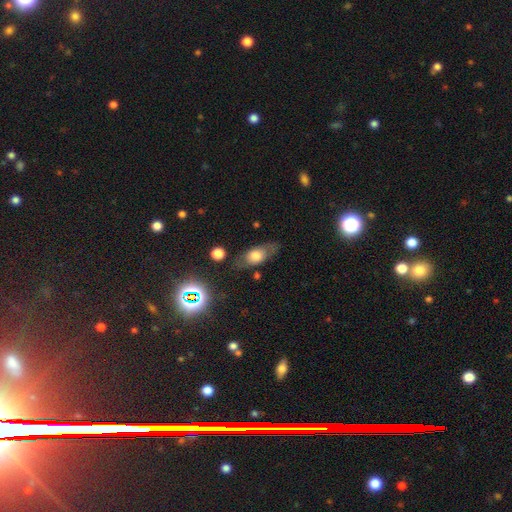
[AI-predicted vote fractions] Q: Smooth or featured?
A: smooth (57%); runner-up: featured or disk (32%)
Q: How rounded?
A: in between (74%); runner-up: round (13%)
Q: Merging?
A: none (70%); runner-up: minor disturbance (19%)